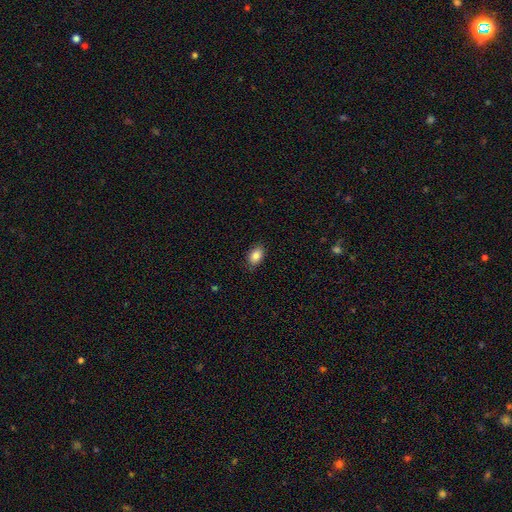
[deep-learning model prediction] Smooth or featured?
  - smooth: 87% *
  - star or artifact: 8%
  - featured or disk: 5%
How rounded?
  - in between: 86% *
  - round: 12%
  - cigar-shaped: 1%
Merging?
  - none: 85% *
  - minor disturbance: 12%
  - major disturbance: 2%
  - merger: 1%